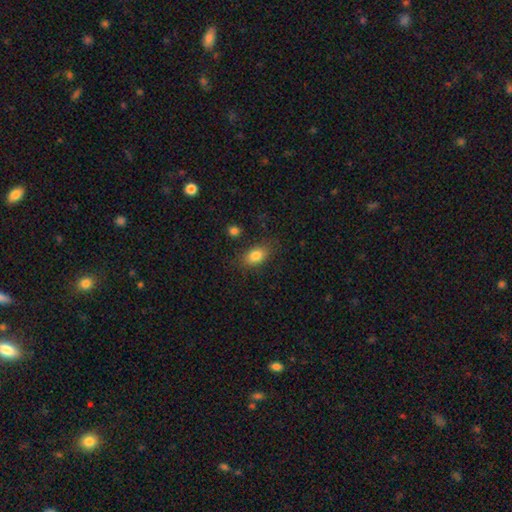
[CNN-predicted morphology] smooth 82%, star or artifact 9%, featured or disk 9%. Down the decision tree: how rounded — in between (82%); merging — none (79%).